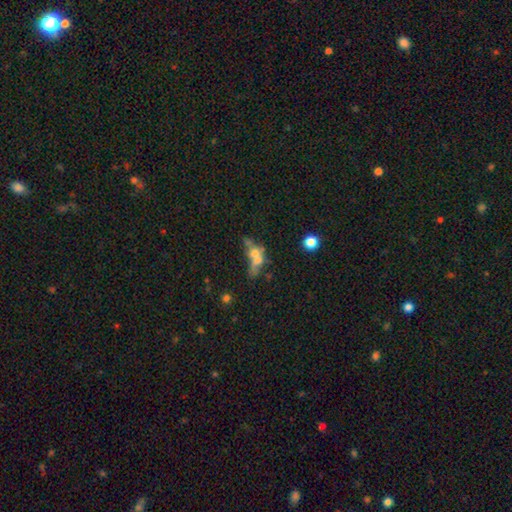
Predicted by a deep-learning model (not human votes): Smooth or featured? Predicted: smooth (p=0.46). Merging? Predicted: merger (p=0.52).